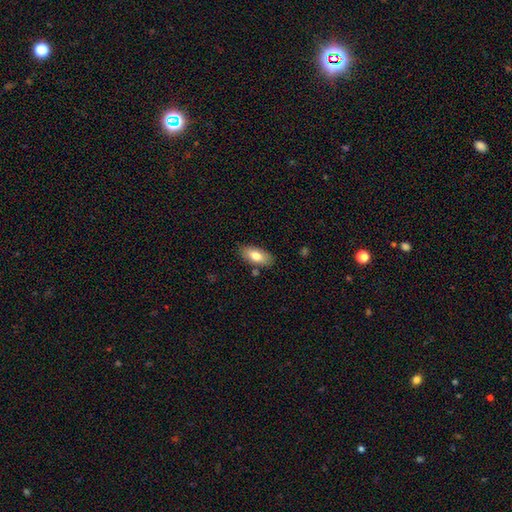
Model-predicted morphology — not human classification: type=smooth (76%); roundness=in between (89%); merging=none (82%).